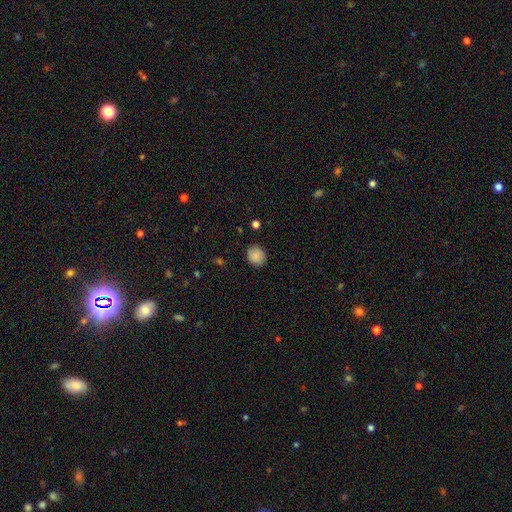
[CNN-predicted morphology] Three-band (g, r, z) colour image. It shows a smooth galaxy with no disk features (87%) that is round (75%). Merging: none (87%).